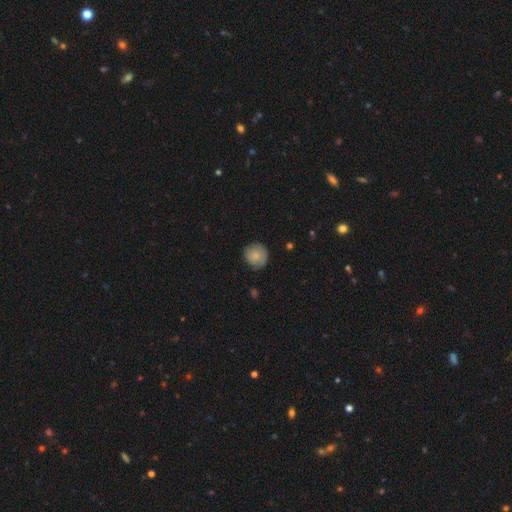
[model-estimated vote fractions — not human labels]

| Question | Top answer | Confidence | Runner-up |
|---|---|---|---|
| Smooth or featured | smooth | 75% | featured or disk (18%) |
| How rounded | round | 89% | in between (10%) |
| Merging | none | 77% | minor disturbance (18%) |